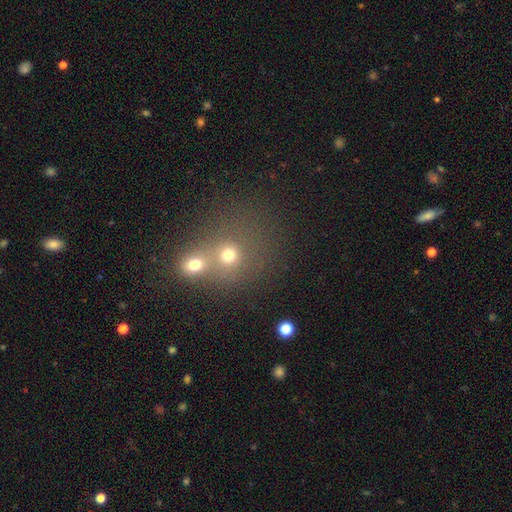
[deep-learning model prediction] Smooth or featured? smooth (49%)
Merging? merger (49%)